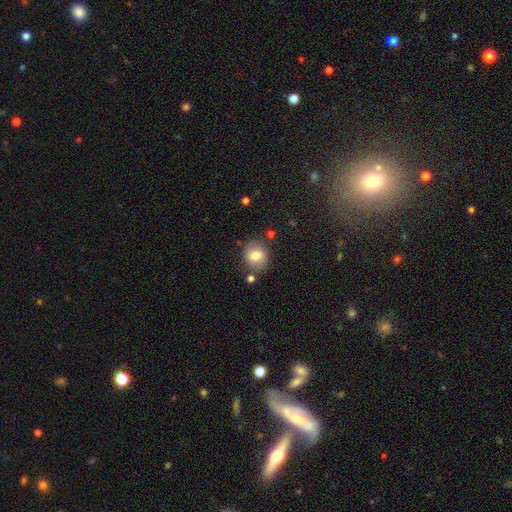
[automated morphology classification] smooth-or-featured: smooth: 75% | featured or disk: 15% | star or artifact: 9%
  how-rounded: round: 72% | in between: 27% | cigar-shaped: 1%
  merging: none: 76% | minor disturbance: 14% | merger: 6% | major disturbance: 4%